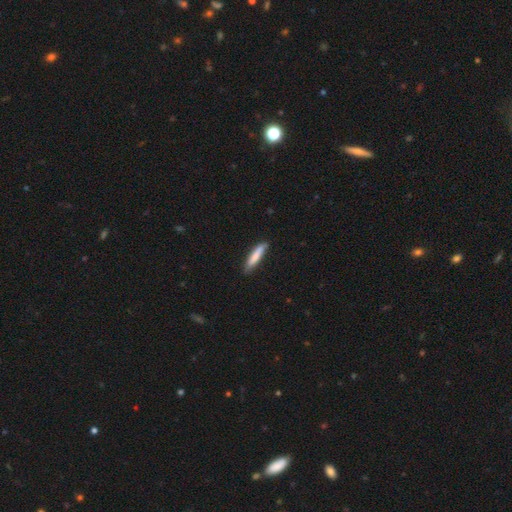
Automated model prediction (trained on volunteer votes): This appears to be a smooth galaxy with no disk features (80%) that is cigar-shaped (86%). Merging: none (80%).